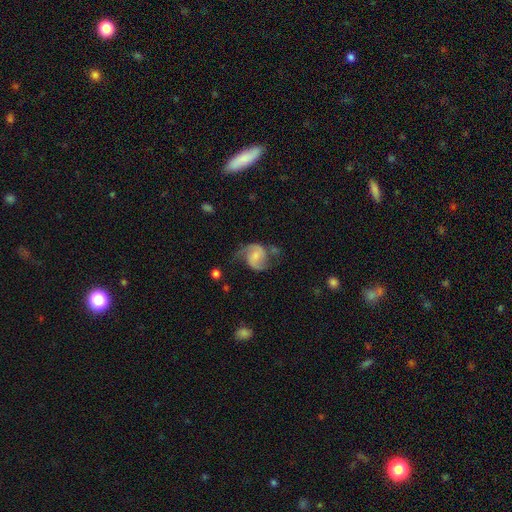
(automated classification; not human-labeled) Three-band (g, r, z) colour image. It shows a featured or disk galaxy (75%) with no bar (45%), 2 (85%) medium (46%) spiral arms (94%) and a small central bulge (41%). Merging: none (50%).